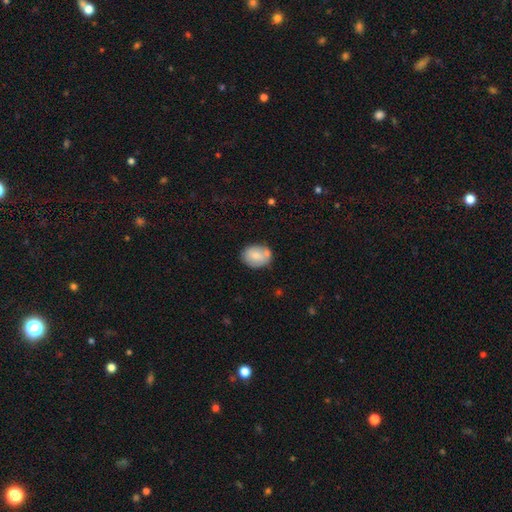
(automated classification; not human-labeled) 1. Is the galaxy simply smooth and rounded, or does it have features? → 76% smooth, 17% featured or disk, 7% star or artifact.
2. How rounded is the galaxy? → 58% in between, 41% round, 1% cigar-shaped.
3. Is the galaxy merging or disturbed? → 64% none, 19% minor disturbance, 13% merger, 4% major disturbance.